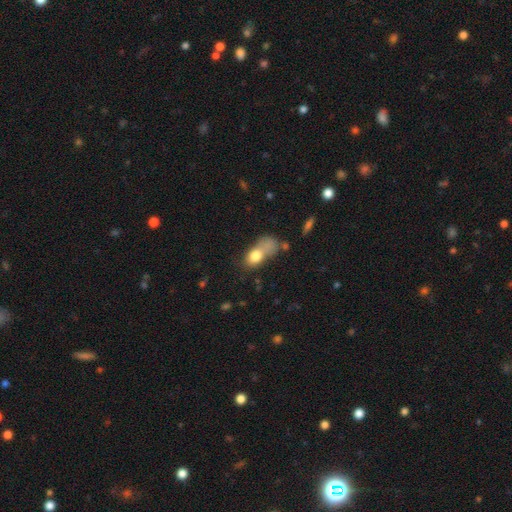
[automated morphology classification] This is likely a smooth galaxy (75%). How rounded: likely in between (76%). Merging: marginally major disturbance (31%, tied with merger).